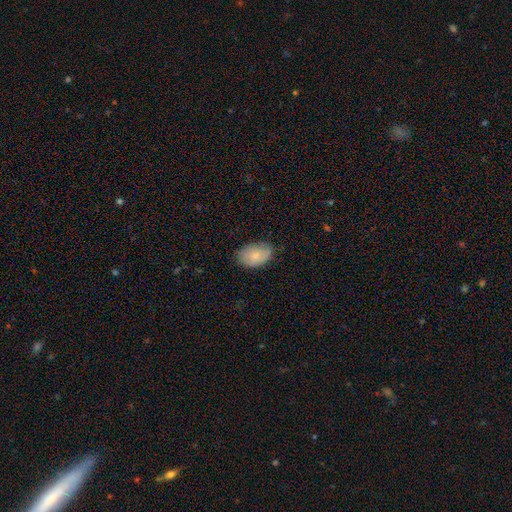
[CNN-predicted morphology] smooth_or_featured: smooth (p=0.73) [alt: featured or disk p=0.20]
how_rounded: in between (p=0.87) [alt: round p=0.12]
merging: none (p=0.71) [alt: minor disturbance p=0.23]